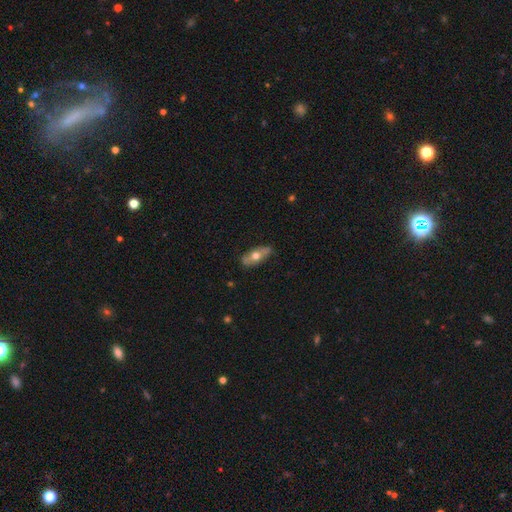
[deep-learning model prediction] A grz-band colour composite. It shows a smooth galaxy with no disk features (53%) that is in between round and cigar-shaped (75%). Merging: none (82%).